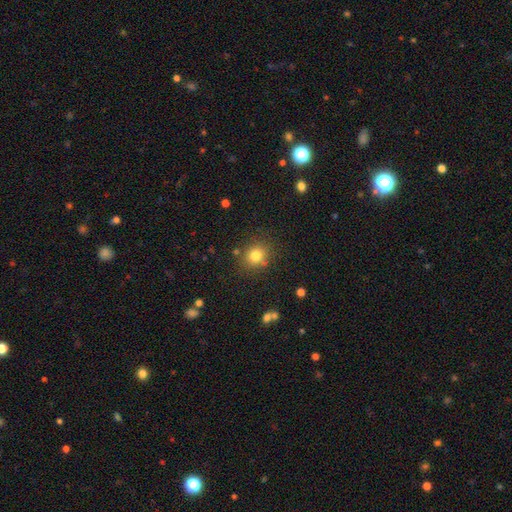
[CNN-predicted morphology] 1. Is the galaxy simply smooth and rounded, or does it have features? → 79% smooth, 13% star or artifact, 8% featured or disk.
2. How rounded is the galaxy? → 75% round, 25% in between, 1% cigar-shaped.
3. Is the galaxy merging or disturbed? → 79% none, 11% minor disturbance, 5% merger, 4% major disturbance.